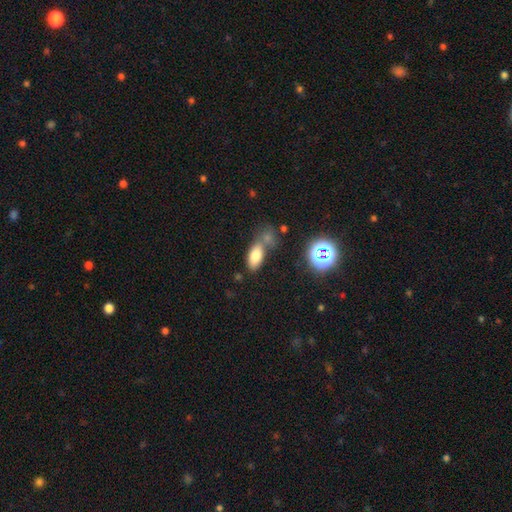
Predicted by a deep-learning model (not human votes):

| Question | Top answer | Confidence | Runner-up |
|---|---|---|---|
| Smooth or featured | smooth | 75% | star or artifact (13%) |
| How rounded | in between | 86% | cigar-shaped (8%) |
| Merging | none | 46% | merger (31%) |